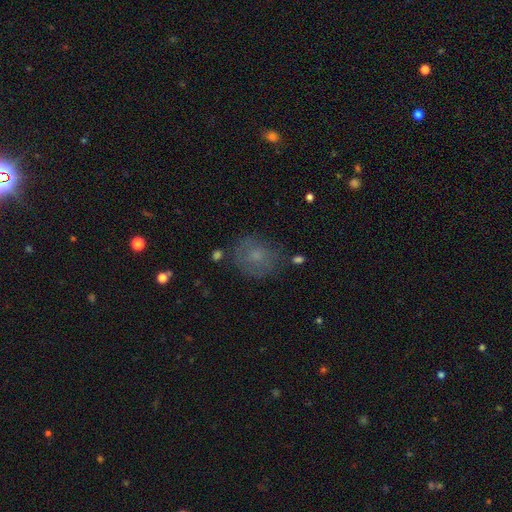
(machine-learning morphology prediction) Smooth or featured?
  - smooth: 58% *
  - featured or disk: 27%
  - star or artifact: 16%
How rounded?
  - round: 69% *
  - in between: 30%
  - cigar-shaped: 1%
Merging?
  - none: 70% *
  - minor disturbance: 19%
  - major disturbance: 8%
  - merger: 3%